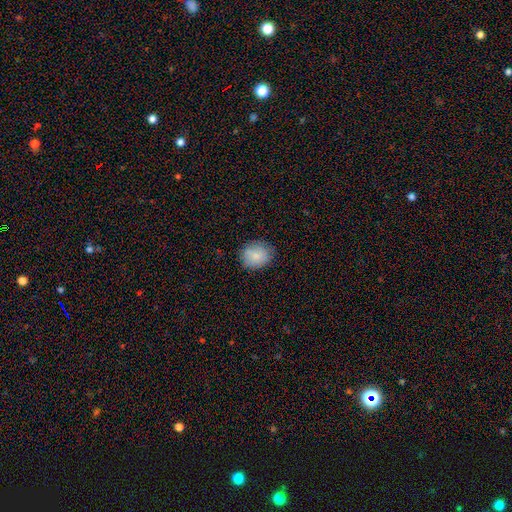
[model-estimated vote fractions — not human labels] smooth_or_featured: smooth (p=0.83) [alt: featured or disk p=0.09]
how_rounded: round (p=0.68) [alt: in between p=0.31]
merging: none (p=0.80) [alt: minor disturbance p=0.15]